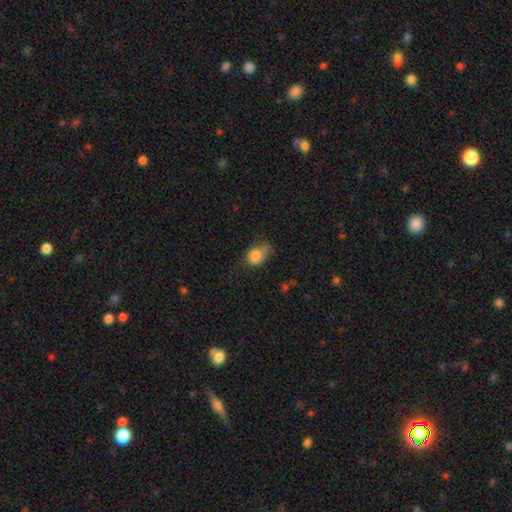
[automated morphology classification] smooth-or-featured: smooth: 81% | featured or disk: 10% | star or artifact: 9%
  how-rounded: in between: 72% | round: 27% | cigar-shaped: 2%
  merging: none: 38% | minor disturbance: 37% | major disturbance: 23% | merger: 3%